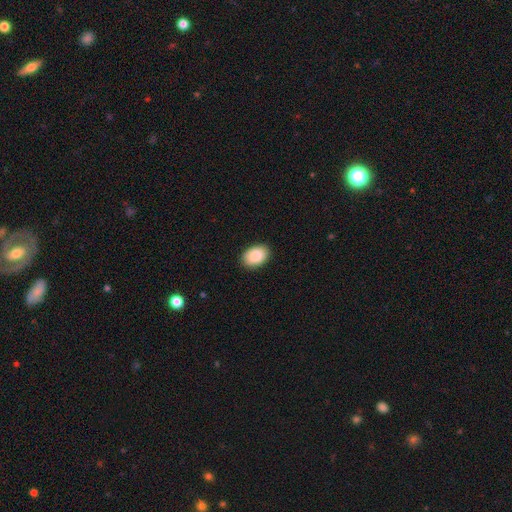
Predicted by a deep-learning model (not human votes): Q: Smooth or featured?
A: smooth (90%); runner-up: star or artifact (6%)
Q: How rounded?
A: in between (86%); runner-up: round (13%)
Q: Merging?
A: none (89%); runner-up: minor disturbance (8%)